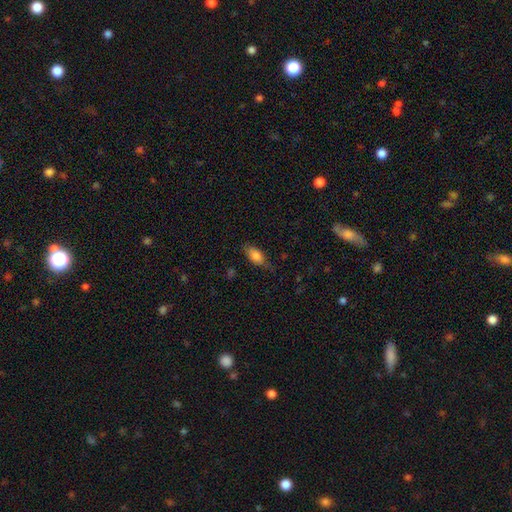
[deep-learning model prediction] Smooth or featured?
  - smooth: 80% *
  - featured or disk: 13%
  - star or artifact: 7%
How rounded?
  - in between: 85% *
  - cigar-shaped: 11%
  - round: 3%
Merging?
  - none: 68% *
  - minor disturbance: 24%
  - major disturbance: 6%
  - merger: 1%